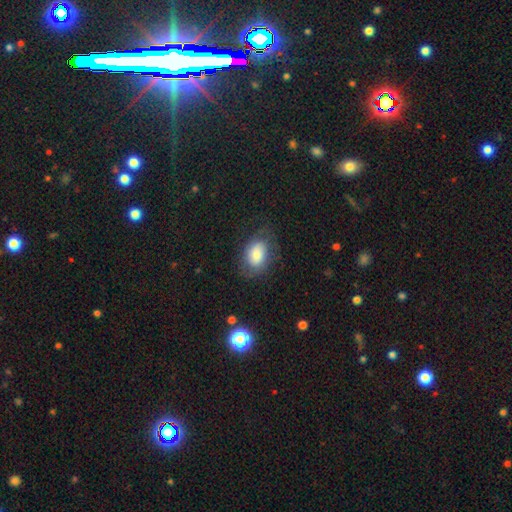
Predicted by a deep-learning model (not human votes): This appears to be a smooth galaxy with no disk features (71%) that is in between round and cigar-shaped (84%). Merging: none (66%).